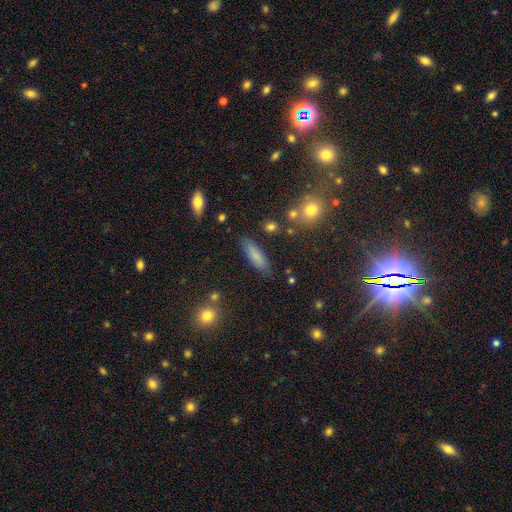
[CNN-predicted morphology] A smooth galaxy with no disk features (76%) that is in between round and cigar-shaped (49%).

Vote fractions:
- Smooth or featured? smooth: 76% / featured or disk: 15% / star or artifact: 8%
- How rounded? in between: 49% / cigar-shaped: 48% / round: 3%
- Merging? none: 81% / minor disturbance: 13% / major disturbance: 3% / merger: 3%